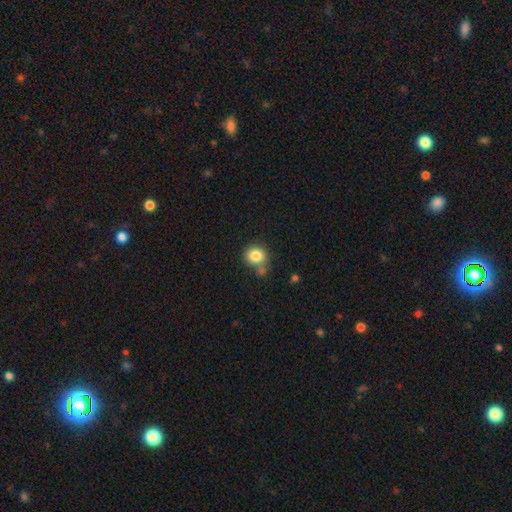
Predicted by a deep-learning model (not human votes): Smooth or featured? Predicted: smooth (p=0.83). How rounded? Predicted: round (p=0.81). Merging? Predicted: none (p=0.60).